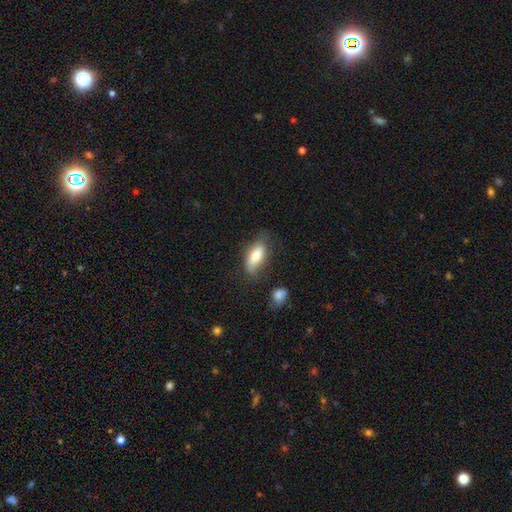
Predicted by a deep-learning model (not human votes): A smooth galaxy with no disk features (77%) that is in between round and cigar-shaped (82%).

Vote fractions:
- Smooth or featured? smooth: 77% / featured or disk: 17% / star or artifact: 7%
- How rounded? in between: 82% / cigar-shaped: 15% / round: 3%
- Merging? none: 59% / minor disturbance: 27% / major disturbance: 9% / merger: 5%